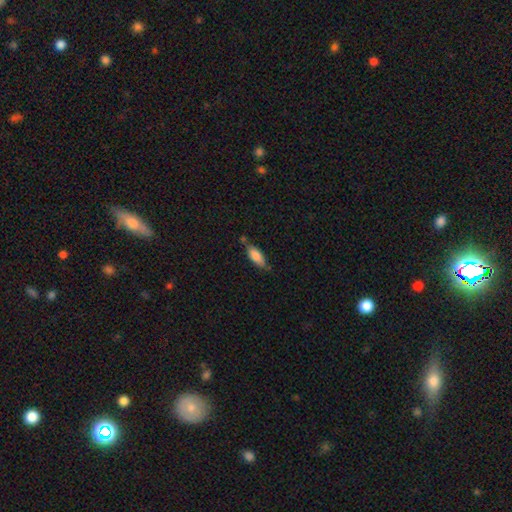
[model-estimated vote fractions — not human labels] Overall: smooth (82%). How rounded: in between (74%). Merging: none (61%; minor disturbance 24%).